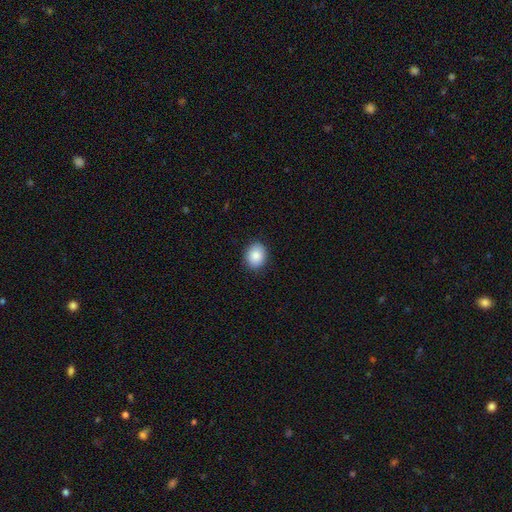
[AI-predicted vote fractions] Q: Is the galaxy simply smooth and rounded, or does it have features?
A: smooth — 87%.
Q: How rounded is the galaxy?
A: round — 54%.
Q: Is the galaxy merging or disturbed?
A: none — 90%.